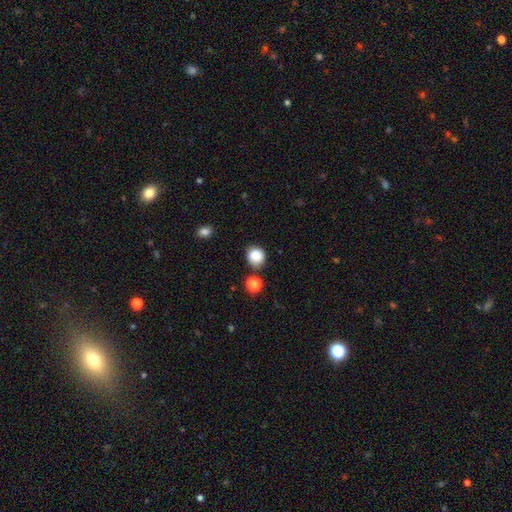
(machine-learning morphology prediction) Smooth or featured?
  - smooth: 86% *
  - star or artifact: 10%
  - featured or disk: 4%
How rounded?
  - round: 82% *
  - in between: 17%
  - cigar-shaped: 1%
Merging?
  - none: 76% *
  - minor disturbance: 13%
  - merger: 6%
  - major disturbance: 4%